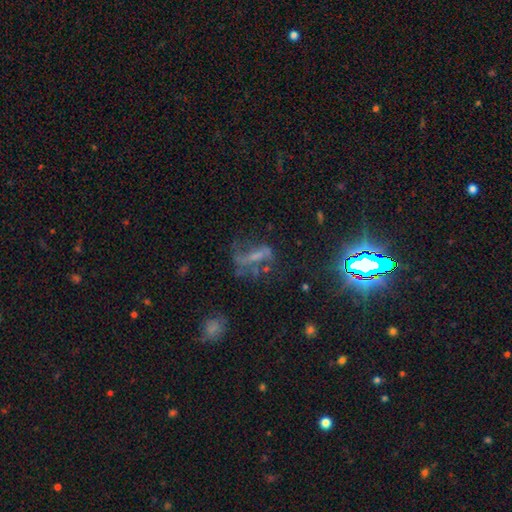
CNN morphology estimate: smooth-or-featured: featured or disk: 44% | star or artifact: 33% | smooth: 24%
  merging: none: 40% | major disturbance: 34% | minor disturbance: 19% | merger: 7%